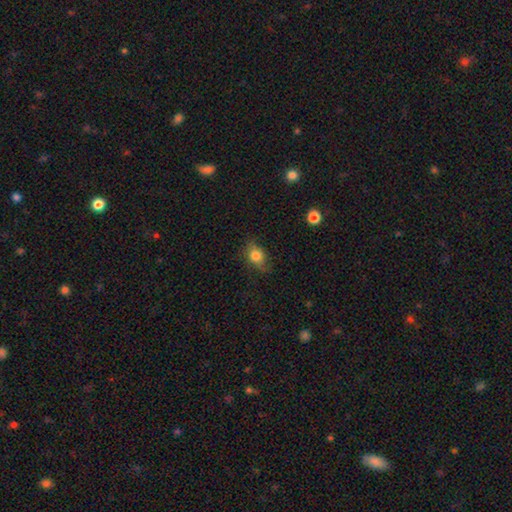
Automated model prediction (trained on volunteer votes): This appears to be a smooth galaxy with no disk features (79%) that is in between round and cigar-shaped (64%). Merging: none (71%).